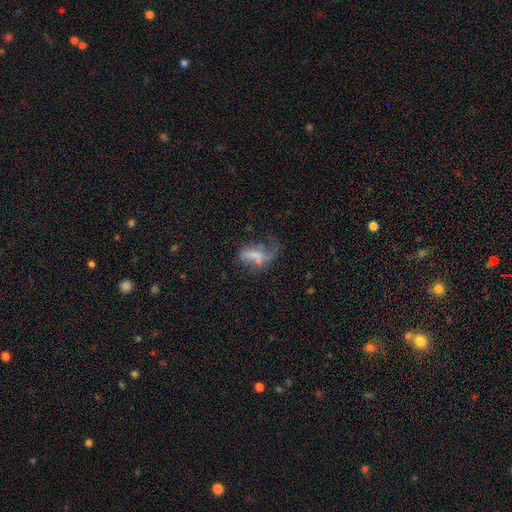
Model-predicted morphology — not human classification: smooth-or-featured: featured or disk: 48% | smooth: 39% | star or artifact: 13%
  merging: major disturbance: 47% | none: 24% | minor disturbance: 19% | merger: 10%